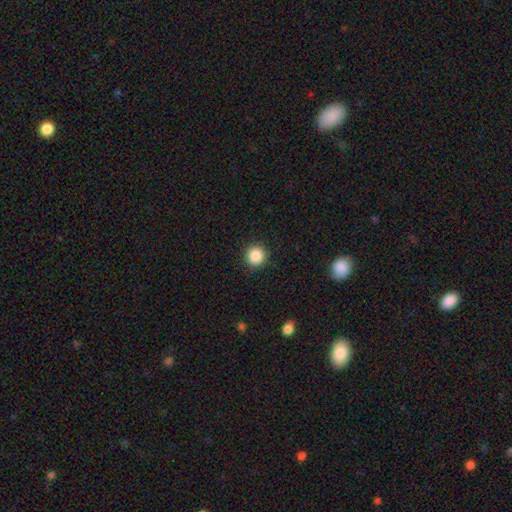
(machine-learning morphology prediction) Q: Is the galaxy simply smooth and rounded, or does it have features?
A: smooth — 86%.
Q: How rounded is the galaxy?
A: round — 94%.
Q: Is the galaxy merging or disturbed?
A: none — 90%.